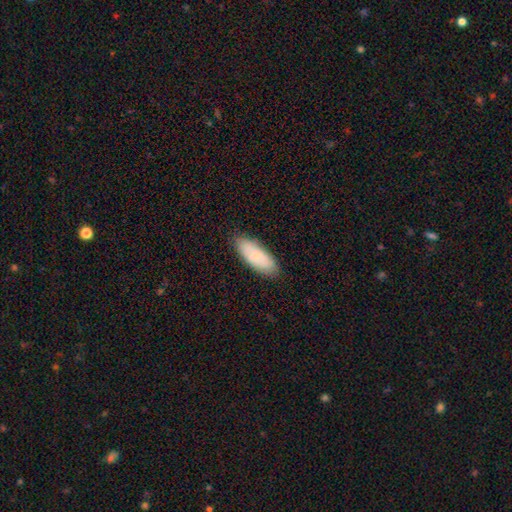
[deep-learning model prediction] Smooth or featured? Predicted: smooth (p=0.80). How rounded? Predicted: in between (p=0.71). Merging? Predicted: none (p=0.84).